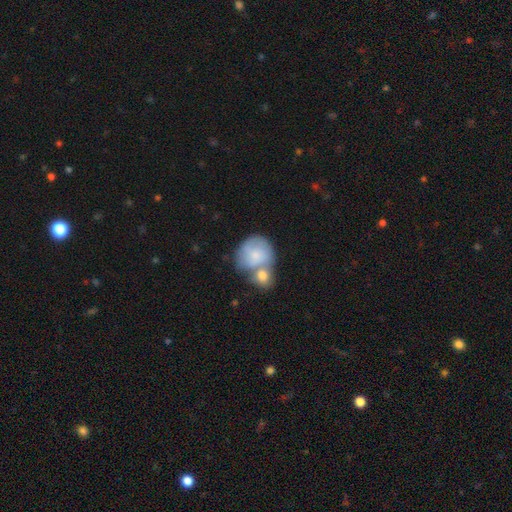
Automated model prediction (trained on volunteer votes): Overall: smooth (68%). How rounded: round (75%). Merging: merger (54%; none 27%).